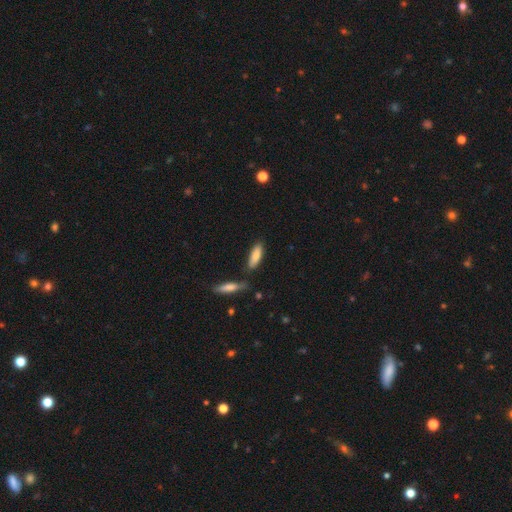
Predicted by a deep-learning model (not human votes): Morphology: type=smooth (81%); roundness=in between (50%); merging=none (74%).